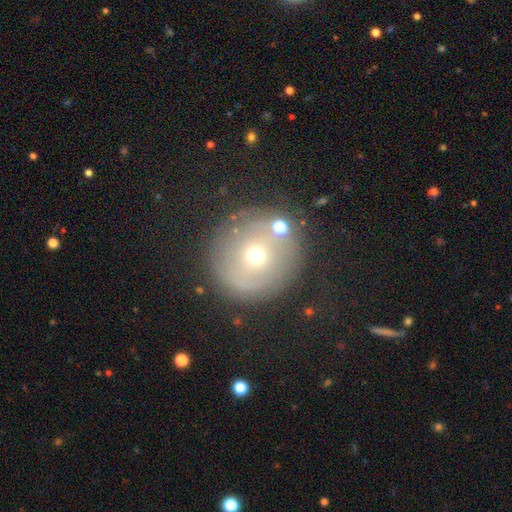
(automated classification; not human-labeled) Overall: smooth (51%; featured or disk 32%). How rounded: round (91%). Merging: none (76%).